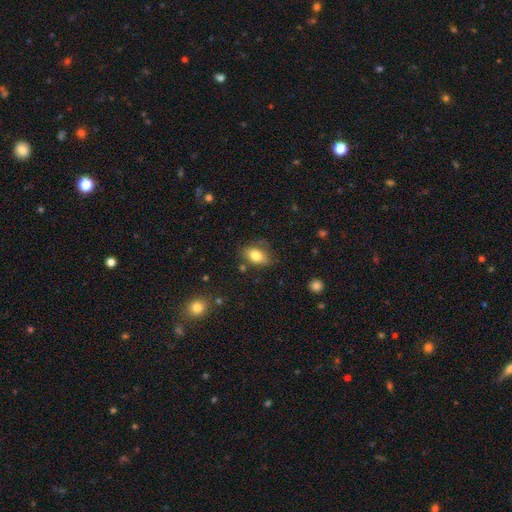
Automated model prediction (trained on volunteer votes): smooth 80%, featured or disk 11%, star or artifact 9%. Down the decision tree: how rounded — in between (85%); merging — none (69%).